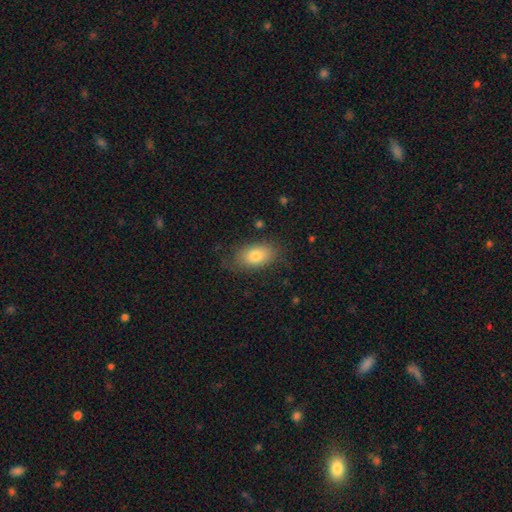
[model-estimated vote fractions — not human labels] smooth_or_featured: smooth (p=0.79) [alt: featured or disk p=0.13]
how_rounded: in between (p=0.89) [alt: round p=0.08]
merging: none (p=0.75) [alt: minor disturbance p=0.18]